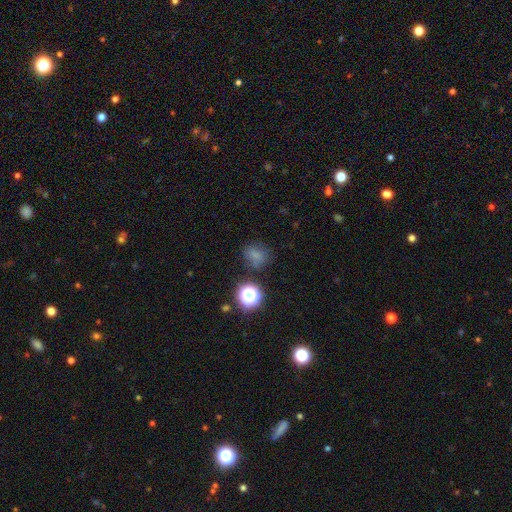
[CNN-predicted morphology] The model was most divided on "how rounded": round: 60%, in between: 38%, cigar-shaped: 2%. More confident: merging — none (71%); smooth or featured — smooth (69%).